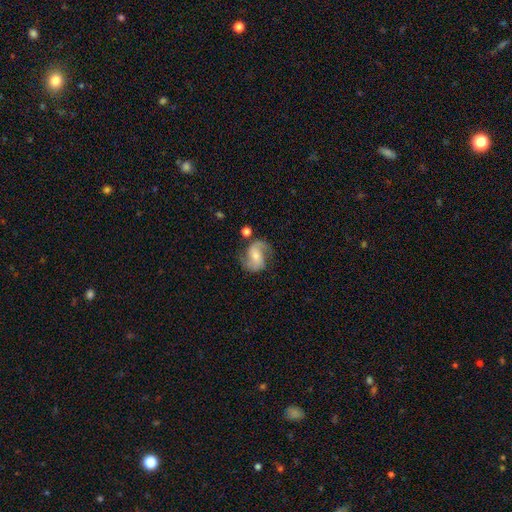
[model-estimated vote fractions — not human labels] Smooth or featured? featured or disk (79%)
Edge-on disk? no (98%)
Bar? no (41%, tied with weak)
Spiral arms? yes (95%)
Spiral winding? medium (48%)
Spiral arm count? 2 (88%)
Bulge size? small (48%)
Merging? none (68%)